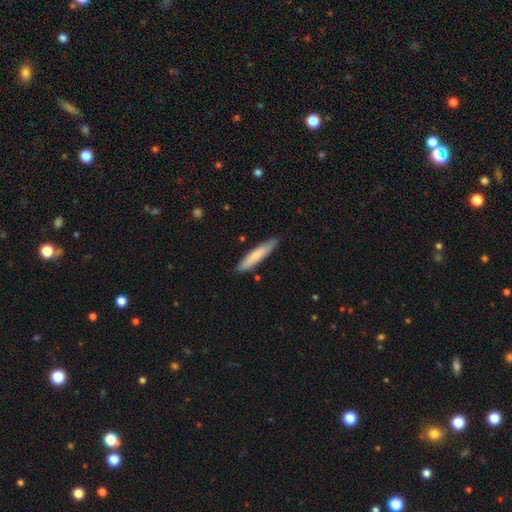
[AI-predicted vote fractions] This is likely a smooth galaxy (72%). How rounded: clearly cigar-shaped (89%). Merging: clearly none (86%).